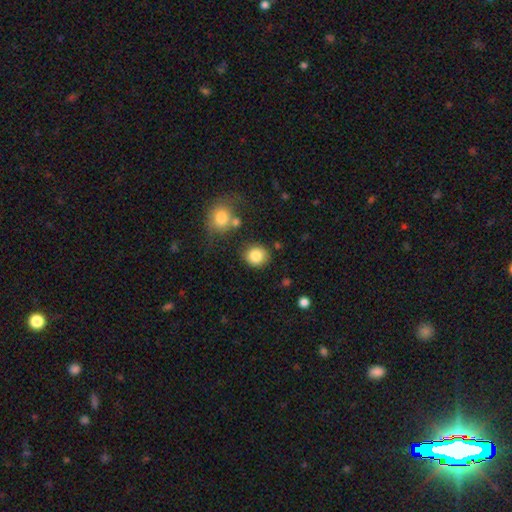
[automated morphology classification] A smooth galaxy with no disk features (85%) that is round (85%). Merging: none (82%).